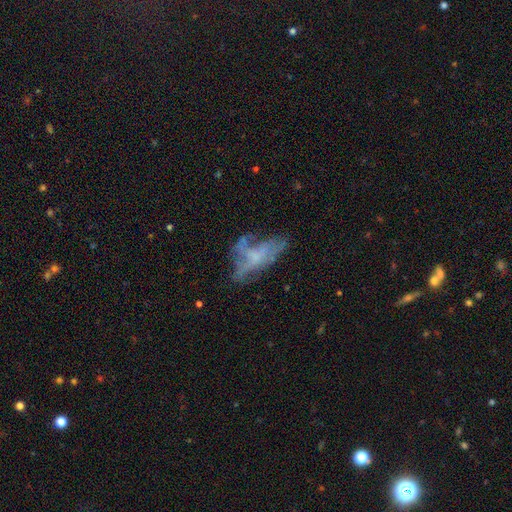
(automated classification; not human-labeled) Q: Smooth or featured?
A: featured or disk (58%); runner-up: smooth (29%)
Q: Edge-on disk?
A: no (89%); runner-up: yes (11%)
Q: Bar?
A: no (83%); runner-up: weak (14%)
Q: Spiral arms?
A: no (76%); runner-up: yes (24%)
Q: Bulge size?
A: none (55%); runner-up: small (26%)
Q: Merging?
A: none (40%); runner-up: major disturbance (32%)